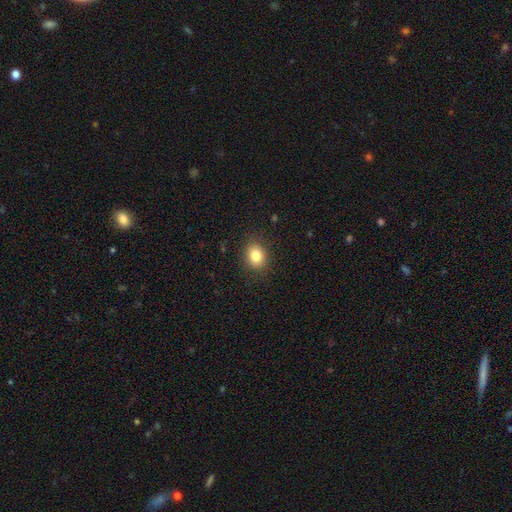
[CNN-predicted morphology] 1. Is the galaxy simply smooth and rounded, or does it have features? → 82% smooth, 11% star or artifact, 7% featured or disk.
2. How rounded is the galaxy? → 51% round, 48% in between, 1% cigar-shaped.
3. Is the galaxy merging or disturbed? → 87% none, 9% minor disturbance, 3% major disturbance, 1% merger.